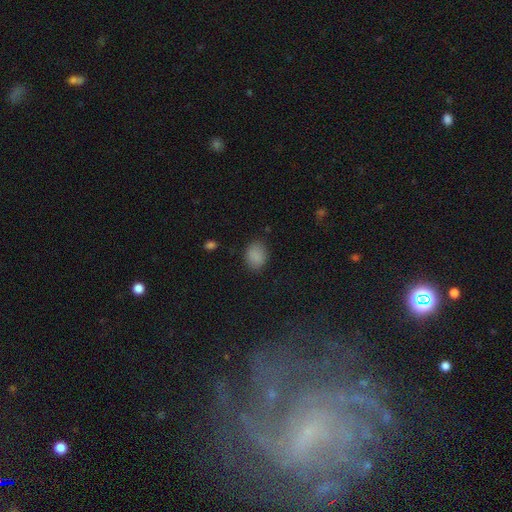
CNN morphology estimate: Q: Smooth or featured?
A: smooth (86%); runner-up: star or artifact (10%)
Q: How rounded?
A: in between (60%); runner-up: round (39%)
Q: Merging?
A: none (83%); runner-up: minor disturbance (13%)